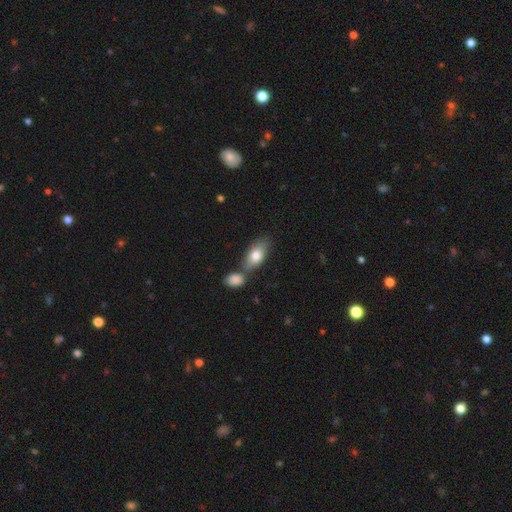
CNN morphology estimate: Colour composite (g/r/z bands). It shows a smooth galaxy with no disk features (77%) that is in between round and cigar-shaped (88%). Merging: none (53%).